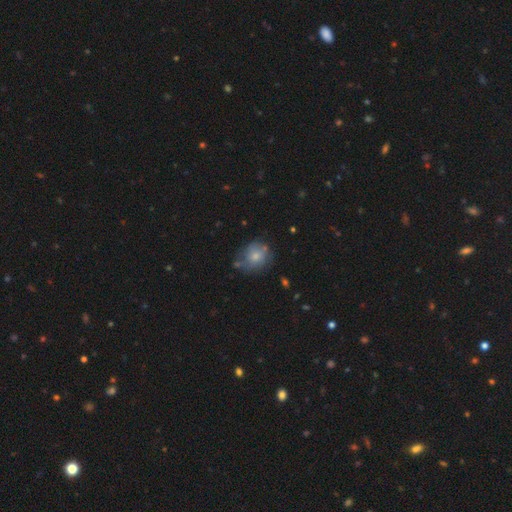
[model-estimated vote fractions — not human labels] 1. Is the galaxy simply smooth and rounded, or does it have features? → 69% smooth, 21% featured or disk, 9% star or artifact.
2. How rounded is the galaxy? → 76% round, 23% in between, 1% cigar-shaped.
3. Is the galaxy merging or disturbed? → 57% none, 26% minor disturbance, 9% major disturbance, 7% merger.